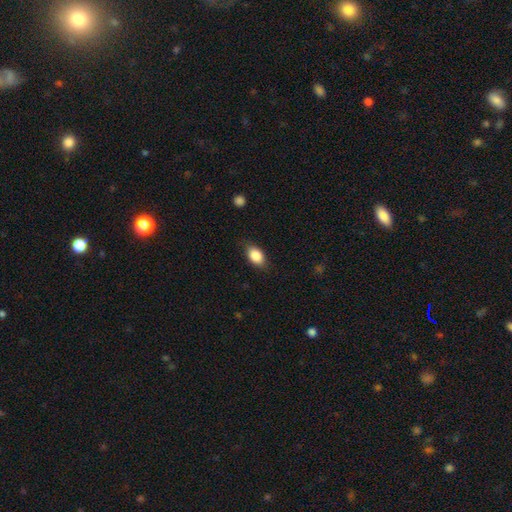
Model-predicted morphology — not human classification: Smooth or featured? smooth (85%)
How rounded? in between (87%)
Merging? none (80%)